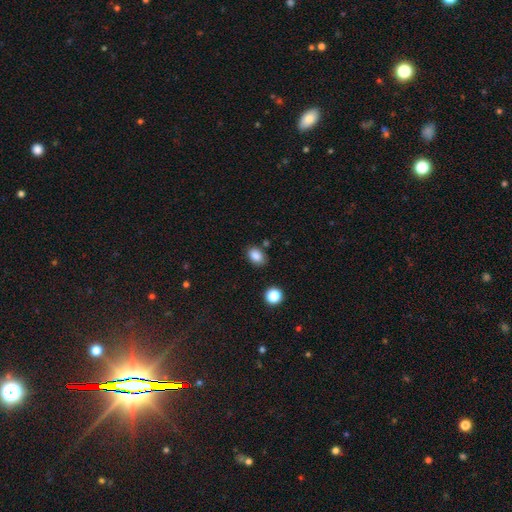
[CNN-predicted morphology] smooth 86%, star or artifact 10%, featured or disk 4%. Down the decision tree: how rounded — in between (75%); merging — none (79%).